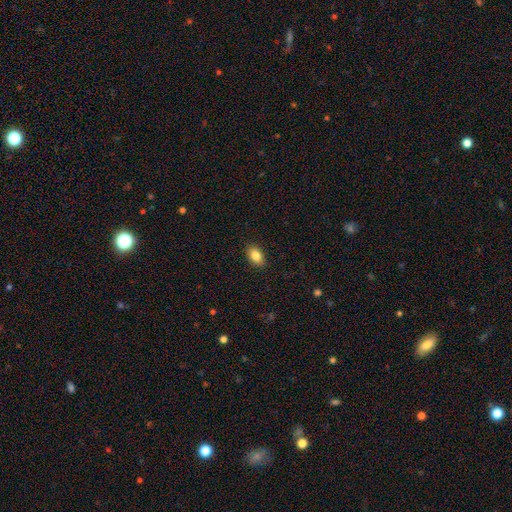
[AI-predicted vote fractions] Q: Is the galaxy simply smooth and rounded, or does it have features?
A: smooth — 84%.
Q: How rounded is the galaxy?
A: in between — 87%.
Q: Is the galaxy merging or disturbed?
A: none — 90%.